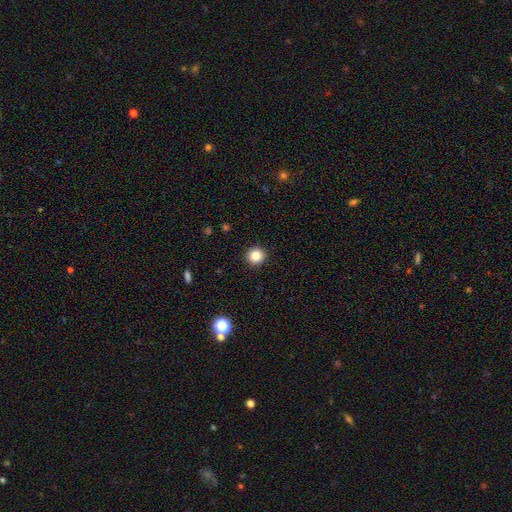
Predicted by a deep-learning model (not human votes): Q: Smooth or featured?
A: smooth (84%); runner-up: star or artifact (11%)
Q: How rounded?
A: round (92%); runner-up: in between (7%)
Q: Merging?
A: none (93%); runner-up: minor disturbance (5%)